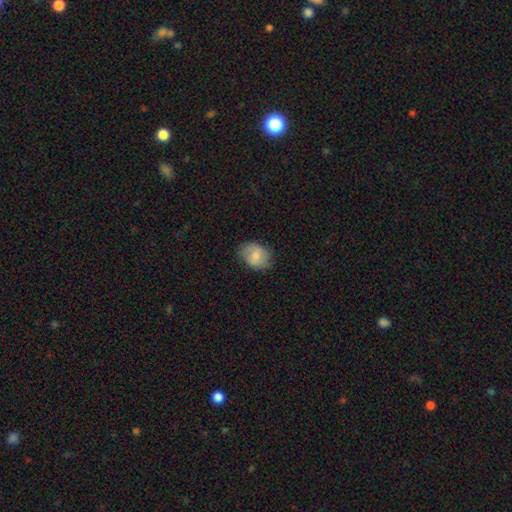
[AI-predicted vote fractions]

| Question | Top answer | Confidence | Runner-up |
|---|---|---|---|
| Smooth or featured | smooth | 78% | featured or disk (15%) |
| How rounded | in between | 66% | round (33%) |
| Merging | none | 74% | minor disturbance (20%) |